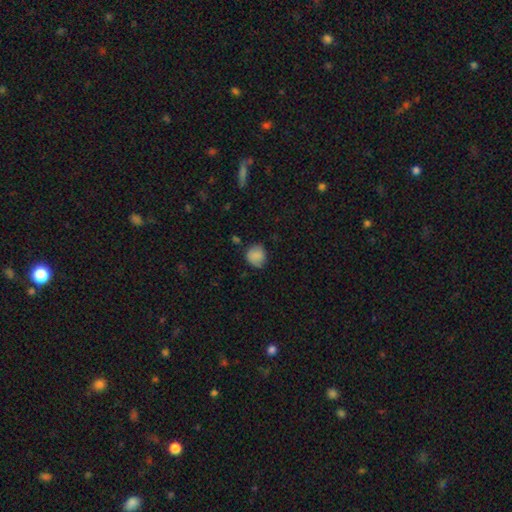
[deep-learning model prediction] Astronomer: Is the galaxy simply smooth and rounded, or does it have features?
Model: smooth — 84%.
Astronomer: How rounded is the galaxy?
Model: round — 82%.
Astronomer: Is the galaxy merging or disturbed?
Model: none — 68%.